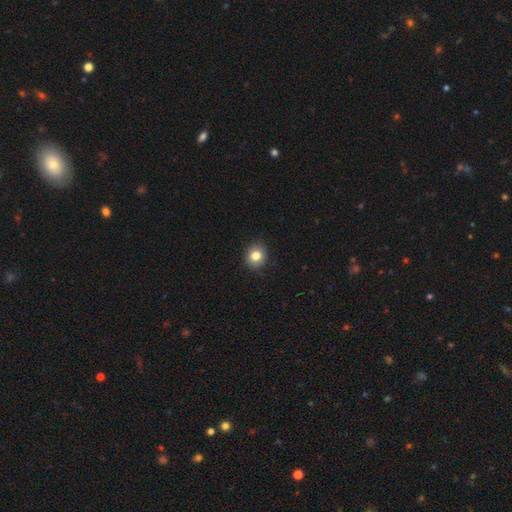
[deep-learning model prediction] A smooth galaxy with no disk features (82%) that is round (81%). Merging: none (89%).